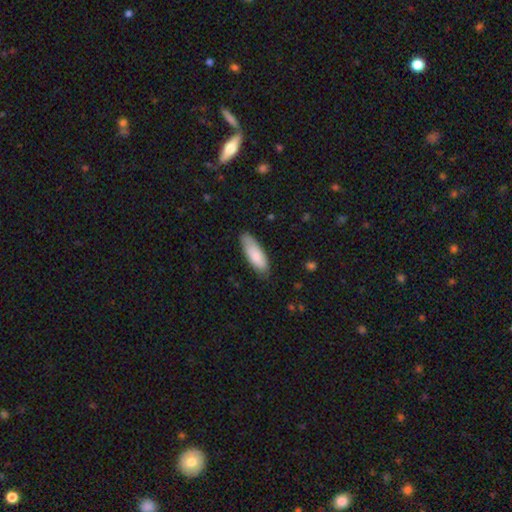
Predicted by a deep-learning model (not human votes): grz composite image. It shows a smooth galaxy with no disk features (82%) that is in between round and cigar-shaped (62%). Merging: none (77%).